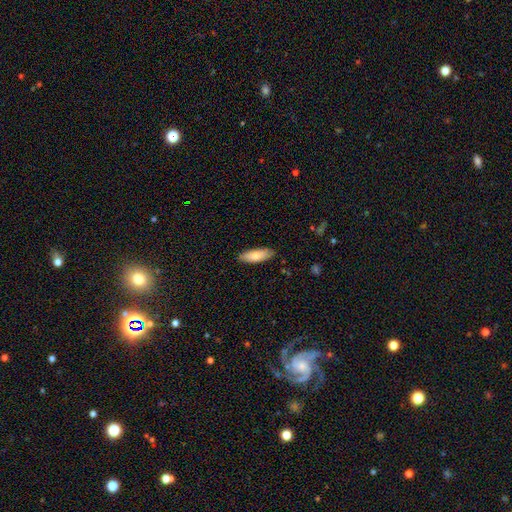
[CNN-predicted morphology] type=smooth (80%); roundness=in between (64%); merging=none (87%).